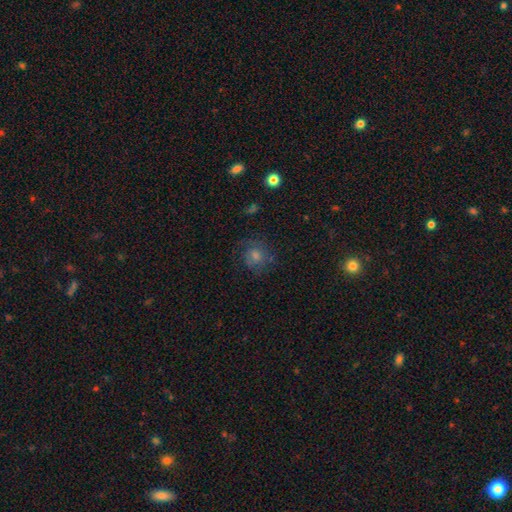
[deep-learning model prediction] Q: Smooth or featured?
A: smooth (52%); runner-up: featured or disk (27%)
Q: How rounded?
A: round (83%); runner-up: in between (16%)
Q: Merging?
A: none (75%); runner-up: minor disturbance (15%)